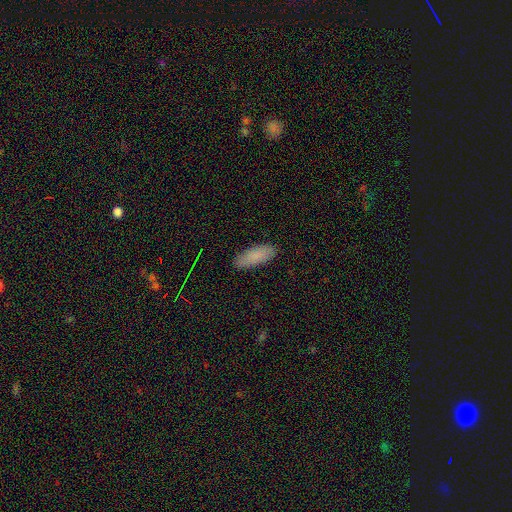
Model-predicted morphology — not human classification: Smooth or featured: smooth — 86% (star or artifact — 7%)
How rounded: in between — 69% (cigar-shaped — 29%)
Merging: none — 87% (minor disturbance — 10%)